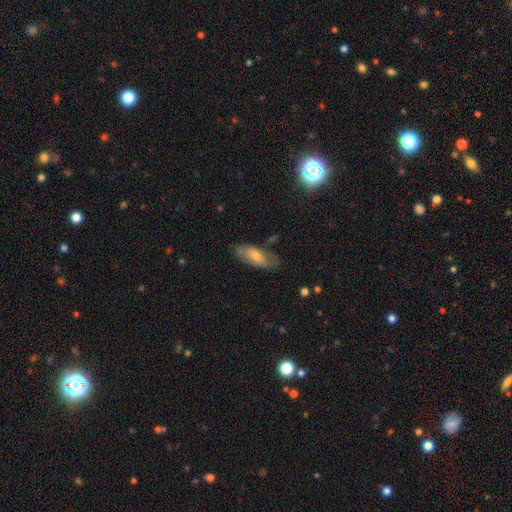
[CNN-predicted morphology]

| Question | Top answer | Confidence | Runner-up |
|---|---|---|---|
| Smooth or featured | smooth | 56% | featured or disk (37%) |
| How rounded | in between | 80% | cigar-shaped (18%) |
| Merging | none | 70% | minor disturbance (21%) |